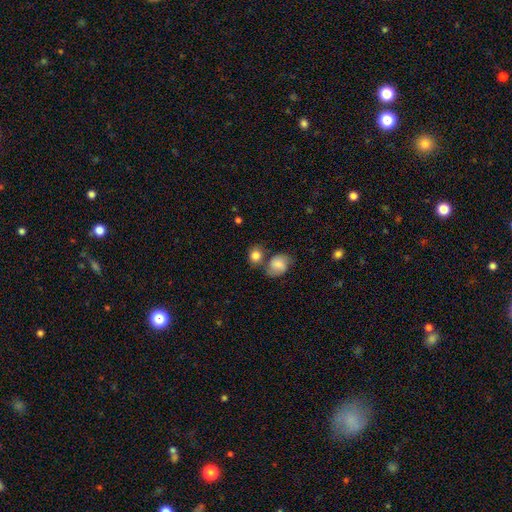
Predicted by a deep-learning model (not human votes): Smooth or featured?
  - smooth: 82% *
  - featured or disk: 11%
  - star or artifact: 8%
How rounded?
  - round: 61% *
  - in between: 38%
  - cigar-shaped: 1%
Merging?
  - none: 52% *
  - merger: 30%
  - minor disturbance: 13%
  - major disturbance: 4%